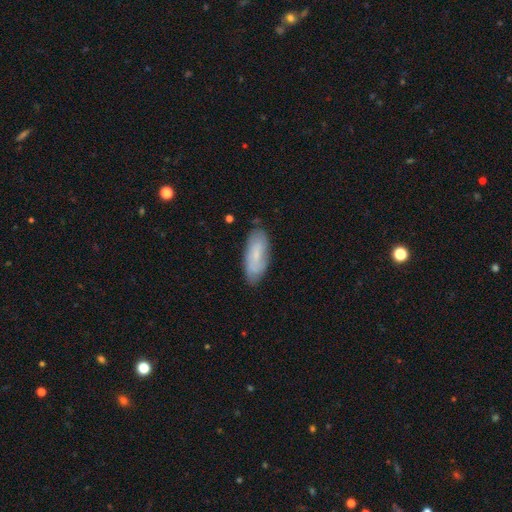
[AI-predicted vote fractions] smooth 67%, featured or disk 26%, star or artifact 7%. Down the decision tree: how rounded — in between (77%); merging — none (76%).